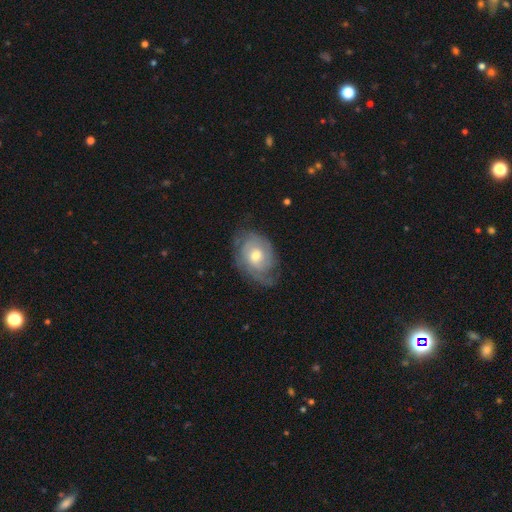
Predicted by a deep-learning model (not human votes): Smooth or featured? featured or disk (75%)
Edge-on disk? no (96%)
Bar? no (73%)
Spiral arms? yes (89%)
Spiral winding? tight (61%)
Spiral arm count? can't tell (39%)
Bulge size? moderate (67%)
Merging? none (65%)